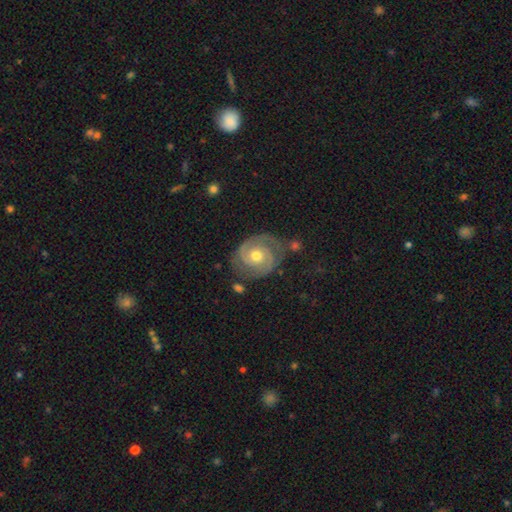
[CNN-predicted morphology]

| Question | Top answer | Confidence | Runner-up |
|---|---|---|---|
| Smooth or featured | featured or disk | 88% | smooth (7%) |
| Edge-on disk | no | 98% | yes (2%) |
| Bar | no | 71% | weak (23%) |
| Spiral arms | yes | 97% | no (3%) |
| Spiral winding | tight | 65% | medium (30%) |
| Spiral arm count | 2 | 89% | can't tell (4%) |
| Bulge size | moderate | 74% | small (21%) |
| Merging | none | 76% | minor disturbance (16%) |